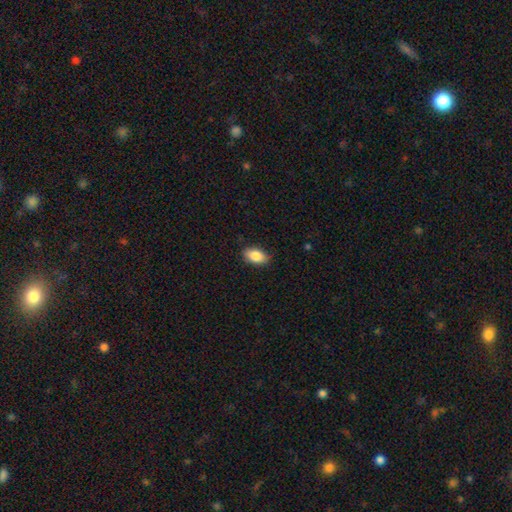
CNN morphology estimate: The model was most divided on "merging": none: 87%, minor disturbance: 10%, major disturbance: 2%, merger: 1%. More confident: how rounded — in between (92%); smooth or featured — smooth (86%).